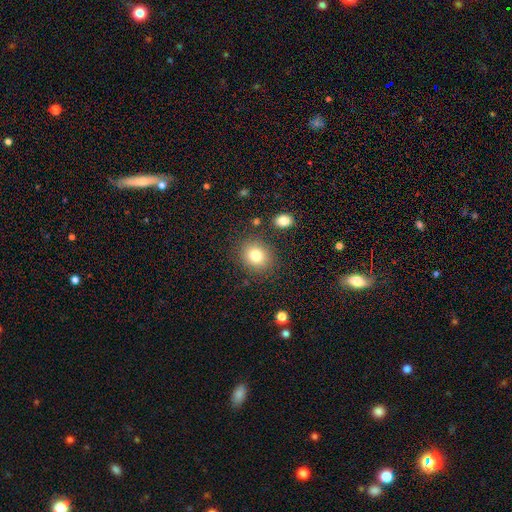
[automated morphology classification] Smooth or featured: smooth — 80% (star or artifact — 11%)
How rounded: round — 71% (in between — 28%)
Merging: none — 84% (minor disturbance — 9%)